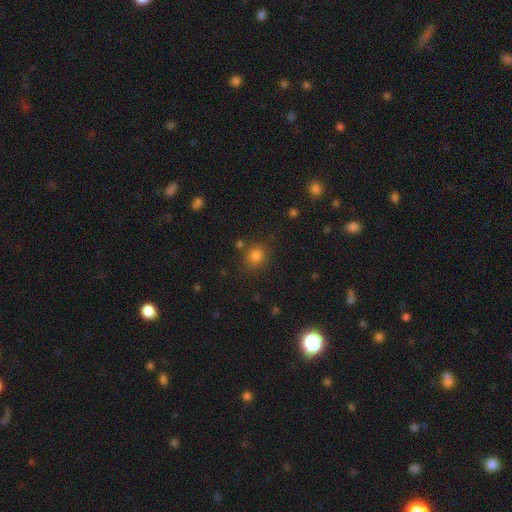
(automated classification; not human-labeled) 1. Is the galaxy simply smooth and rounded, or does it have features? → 80% smooth, 14% star or artifact, 6% featured or disk.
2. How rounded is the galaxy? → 80% round, 19% in between, 1% cigar-shaped.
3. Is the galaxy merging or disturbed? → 79% none, 11% minor disturbance, 6% merger, 4% major disturbance.